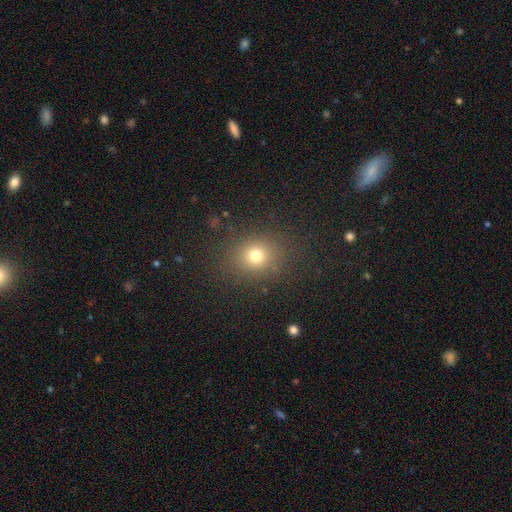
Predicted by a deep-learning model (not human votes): smooth_or_featured: smooth (p=0.75) [alt: star or artifact p=0.17]
how_rounded: round (p=0.72) [alt: in between p=0.27]
merging: none (p=0.84) [alt: minor disturbance p=0.09]